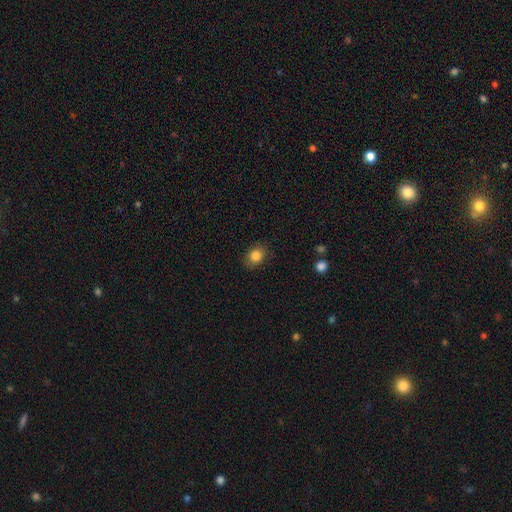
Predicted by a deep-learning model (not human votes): Smooth or featured: smooth — 84% (star or artifact — 9%)
How rounded: in between — 58% (round — 41%)
Merging: none — 84% (minor disturbance — 12%)